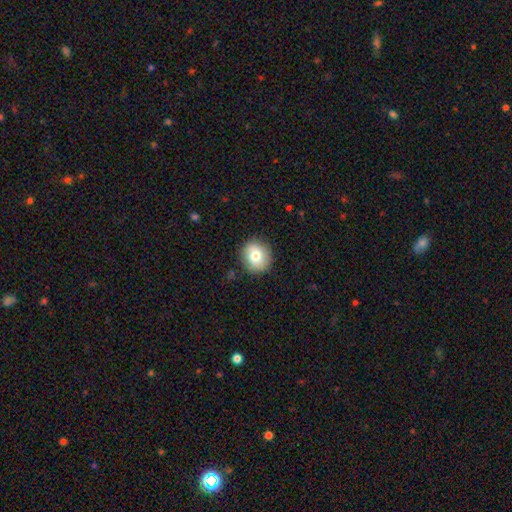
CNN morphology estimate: This appears to be a smooth galaxy with no disk features (72%) that is round (81%). Merging: none (86%).